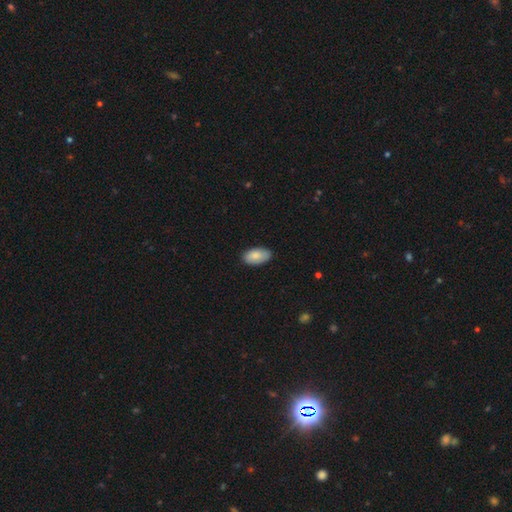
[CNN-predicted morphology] smooth_or_featured: smooth (p=0.85) [alt: featured or disk p=0.09]
how_rounded: in between (p=0.95) [alt: round p=0.03]
merging: none (p=0.84) [alt: minor disturbance p=0.13]